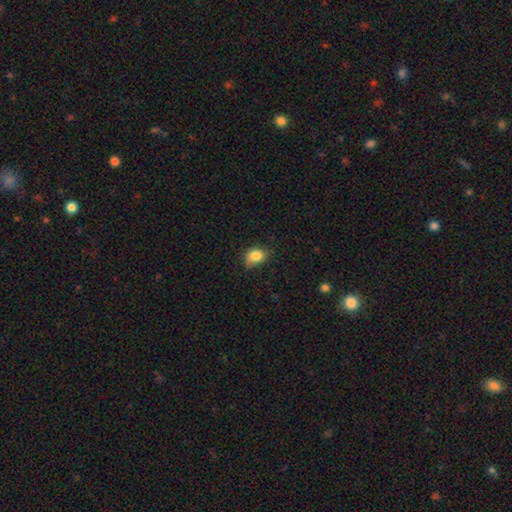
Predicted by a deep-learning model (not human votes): Overall: smooth (82%). How rounded: in between (57%; round 42%). Merging: none (55%; minor disturbance 34%).